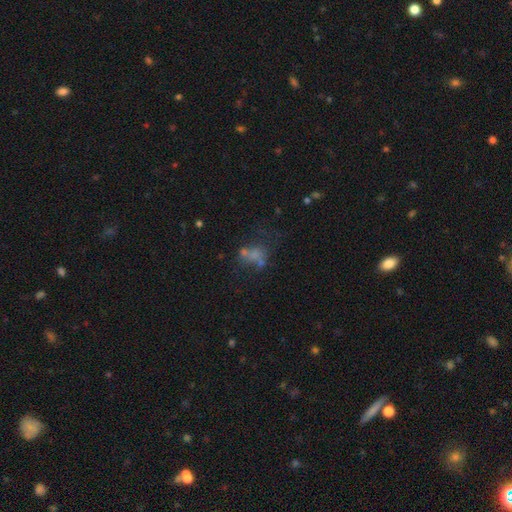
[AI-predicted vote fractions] Smooth or featured?
  - smooth: 51% *
  - featured or disk: 32%
  - star or artifact: 17%
How rounded?
  - in between: 68% *
  - round: 30%
  - cigar-shaped: 2%
Merging?
  - none: 30% *
  - merger: 29%
  - major disturbance: 25%
  - minor disturbance: 16%